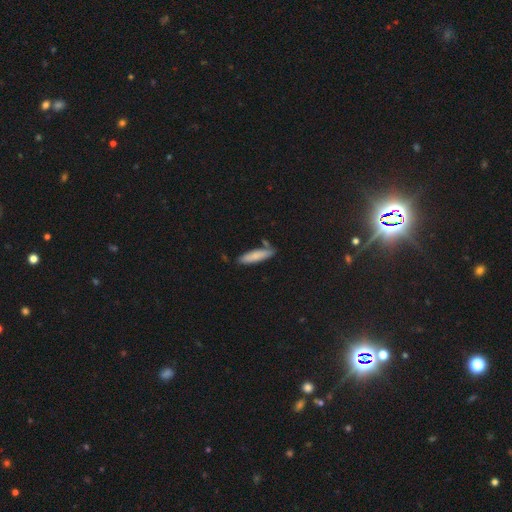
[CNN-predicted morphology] Smooth or featured? smooth (80%)
How rounded? cigar-shaped (74%)
Merging? none (77%)